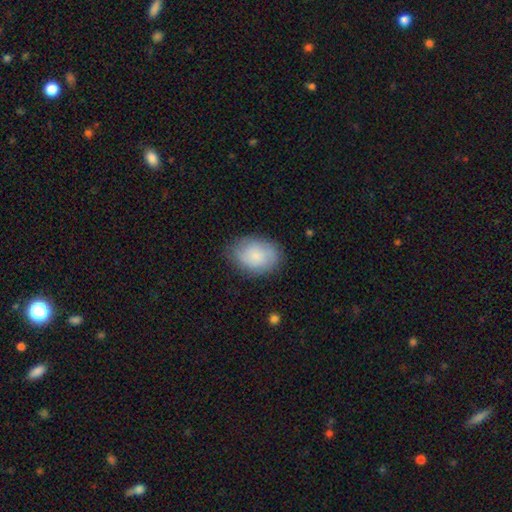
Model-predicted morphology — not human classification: This is likely a smooth galaxy (71%). How rounded: likely in between (73%). Merging: likely none (77%).